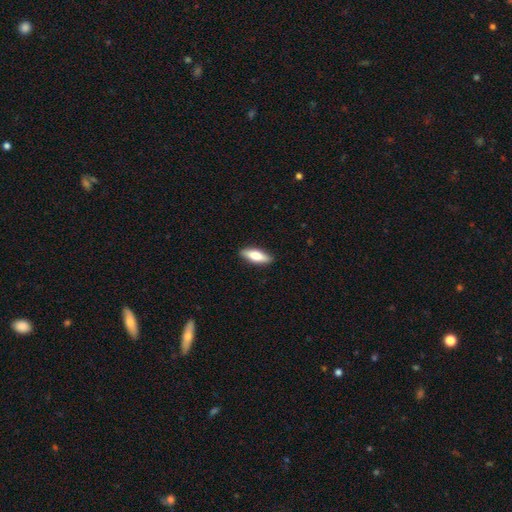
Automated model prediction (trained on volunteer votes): Smooth or featured? Predicted: smooth (p=0.72). How rounded? Predicted: in between (p=0.60). Merging? Predicted: none (p=0.89).